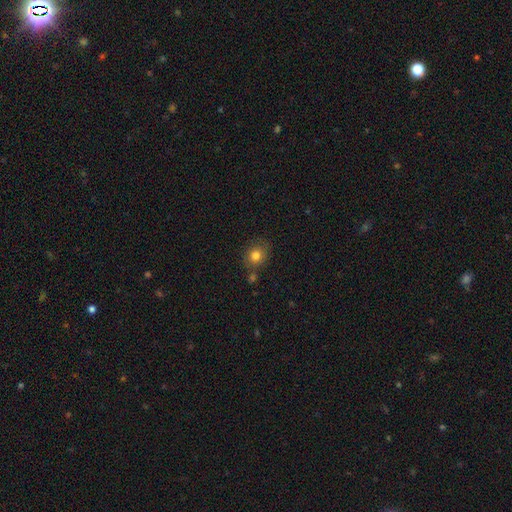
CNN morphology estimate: This is clearly a smooth galaxy (80%). How rounded: likely round (72%). Merging: likely none (72%).